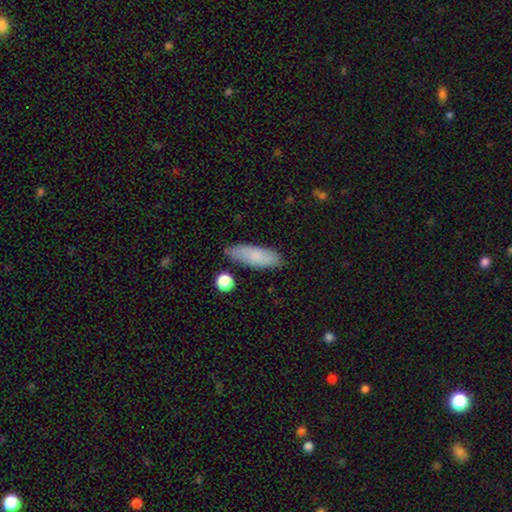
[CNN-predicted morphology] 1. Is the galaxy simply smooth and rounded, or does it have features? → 81% smooth, 13% featured or disk, 6% star or artifact.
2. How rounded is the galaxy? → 61% in between, 37% cigar-shaped, 2% round.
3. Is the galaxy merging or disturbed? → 81% none, 13% minor disturbance, 3% merger, 3% major disturbance.